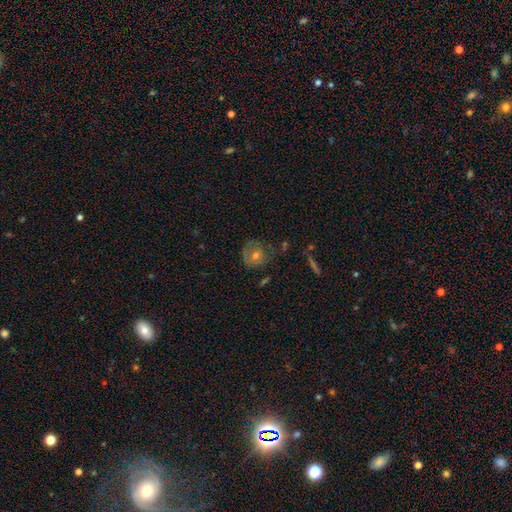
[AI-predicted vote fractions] This is possibly a featured or disk galaxy (49%). Merging: likely none (66%).